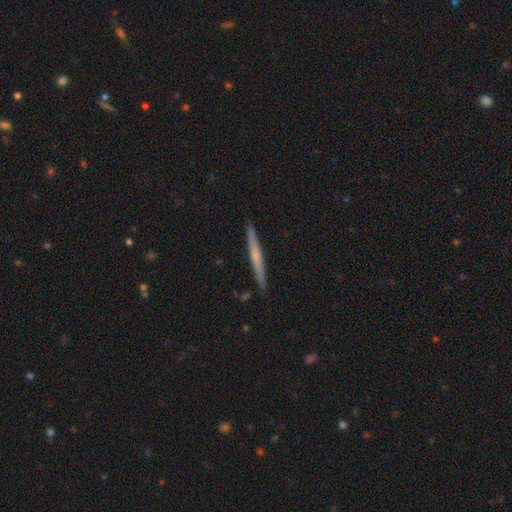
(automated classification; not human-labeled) A featured or disk galaxy (53%) viewed edge-on (97%) with no central bulge (57%). Merging: none (91%).